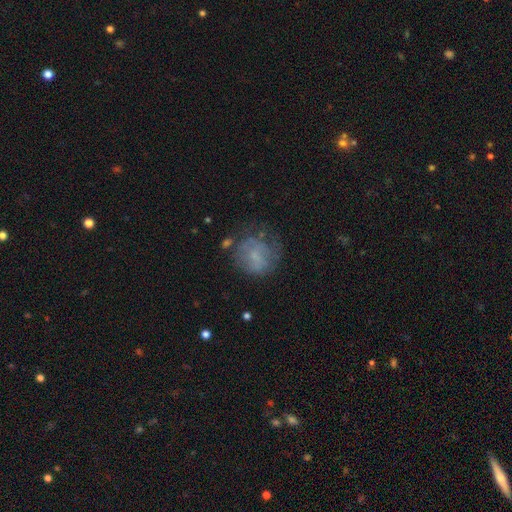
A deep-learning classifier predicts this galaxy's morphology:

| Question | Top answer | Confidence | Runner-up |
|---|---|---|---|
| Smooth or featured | smooth | 53% | featured or disk (35%) |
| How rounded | round | 78% | in between (21%) |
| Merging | none | 52% | minor disturbance (24%) |